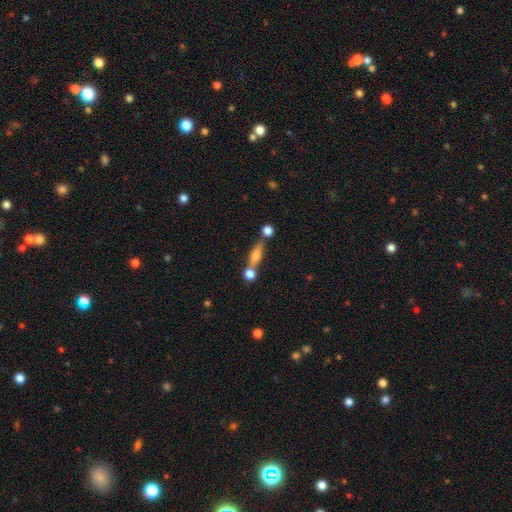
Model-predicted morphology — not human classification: Overall: smooth (61%; featured or disk 29%). How rounded: cigar-shaped (53%; in between 37%). Merging: none (57%; merger 26%).